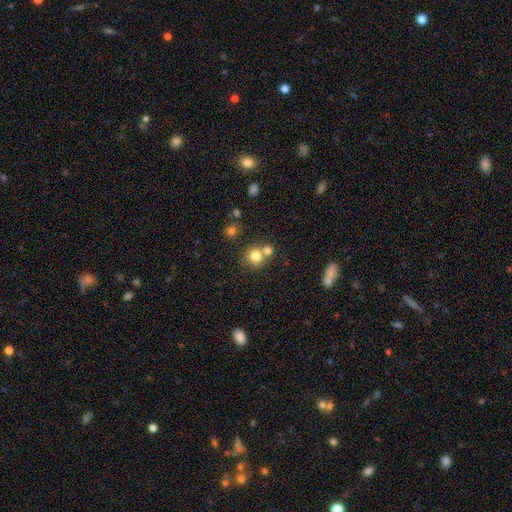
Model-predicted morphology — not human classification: Smooth or featured? smooth (78%)
How rounded? round (87%)
Merging? none (51%)